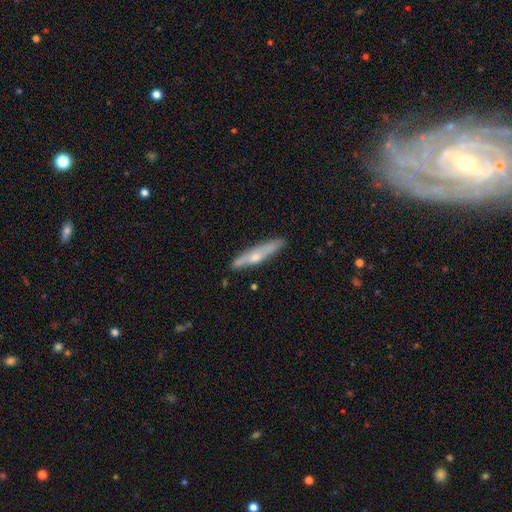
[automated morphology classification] smooth-or-featured: featured or disk: 53% | smooth: 42% | star or artifact: 6%
  disk-edge-on: yes: 86% | no: 14%
  merging: none: 83% | minor disturbance: 13% | major disturbance: 2% | merger: 2%